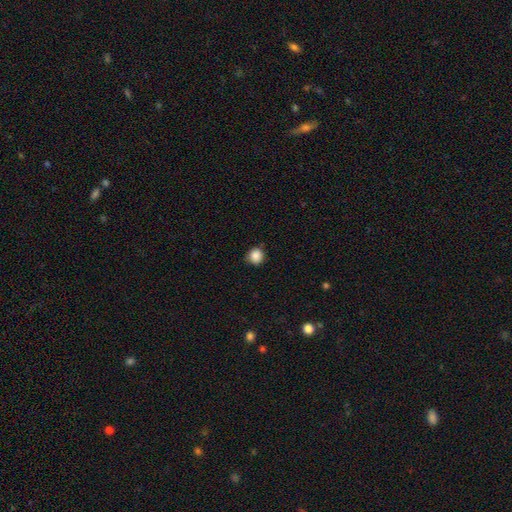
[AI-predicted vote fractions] Overall: smooth (87%). How rounded: round (88%). Merging: none (83%).